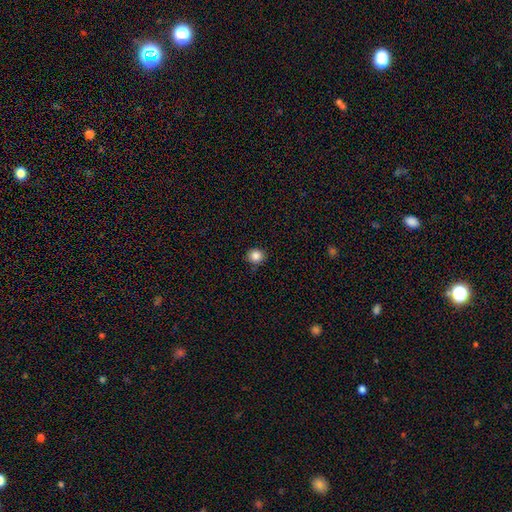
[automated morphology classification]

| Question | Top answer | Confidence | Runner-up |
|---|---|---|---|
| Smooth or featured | smooth | 85% | star or artifact (11%) |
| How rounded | round | 89% | in between (10%) |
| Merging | none | 88% | minor disturbance (9%) |